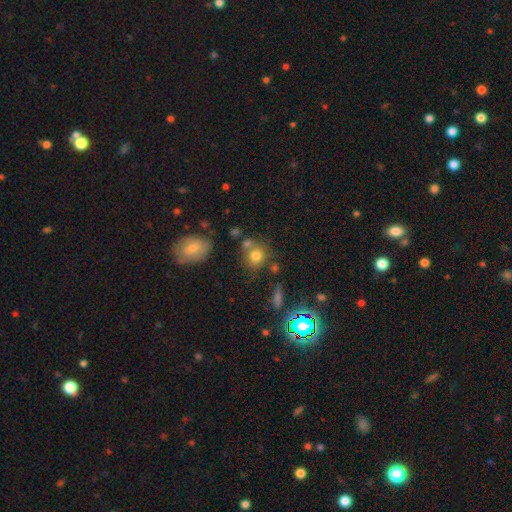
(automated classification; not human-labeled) Smooth or featured? smooth (76%)
How rounded? round (80%)
Merging? none (60%)